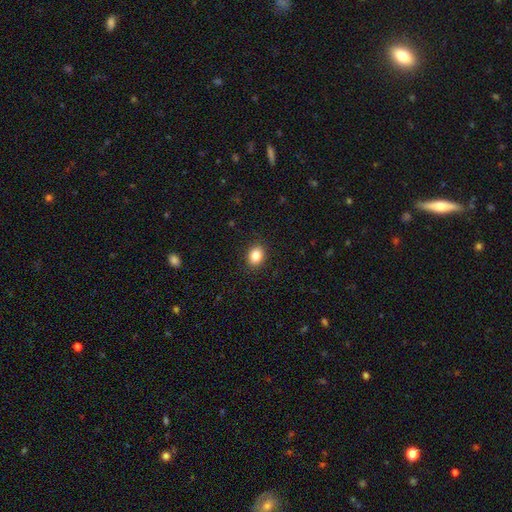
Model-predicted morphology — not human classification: The model was most divided on "how rounded": in between: 57%, round: 42%, cigar-shaped: 1%. More confident: merging — none (90%); smooth or featured — smooth (85%).